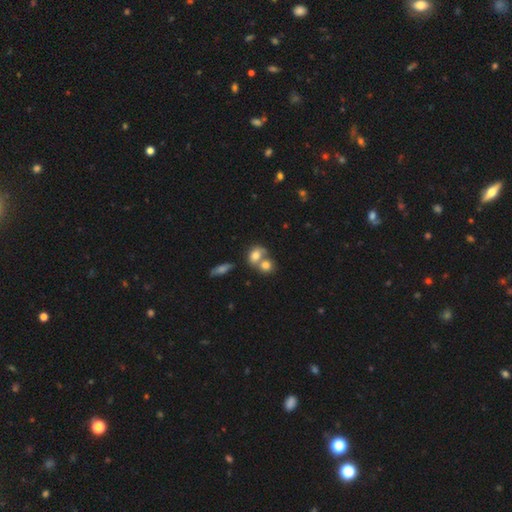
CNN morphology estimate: Overall: smooth (73%). How rounded: in between (59%; round 39%). Merging: merger (56%; none 31%).